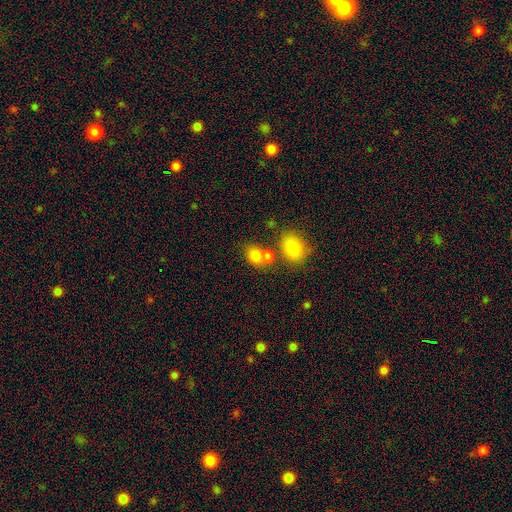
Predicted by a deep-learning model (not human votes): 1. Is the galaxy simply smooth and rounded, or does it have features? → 78% smooth, 12% star or artifact, 10% featured or disk.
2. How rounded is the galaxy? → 55% round, 44% in between, 1% cigar-shaped.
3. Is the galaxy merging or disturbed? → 44% merger, 41% none, 10% minor disturbance, 5% major disturbance.